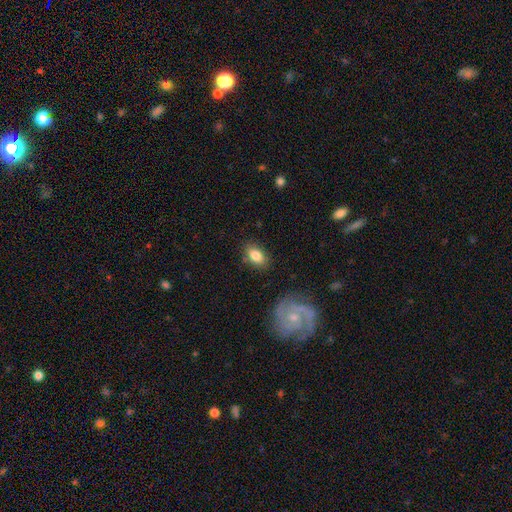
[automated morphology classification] The model was most divided on "merging": none: 82%, minor disturbance: 13%, major disturbance: 3%, merger: 2%. More confident: how rounded — in between (89%); smooth or featured — smooth (82%).